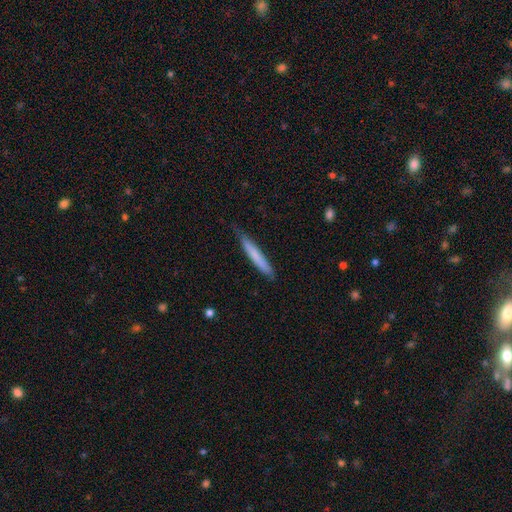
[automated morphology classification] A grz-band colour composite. It shows a smooth galaxy with no disk features (71%) that is cigar-shaped (95%). Merging: none (77%).